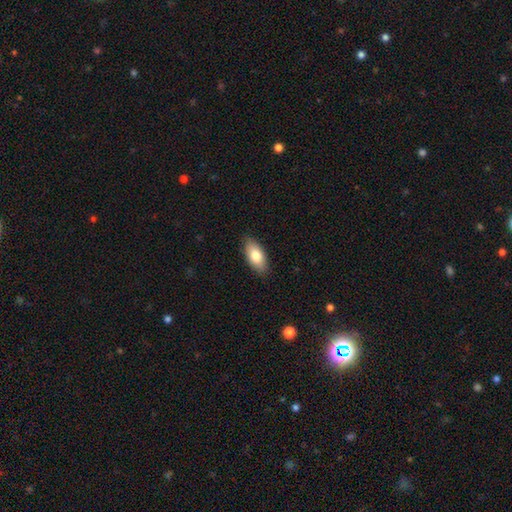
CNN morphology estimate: Q: Smooth or featured?
A: smooth (79%); runner-up: featured or disk (14%)
Q: How rounded?
A: in between (89%); runner-up: cigar-shaped (8%)
Q: Merging?
A: none (87%); runner-up: minor disturbance (10%)